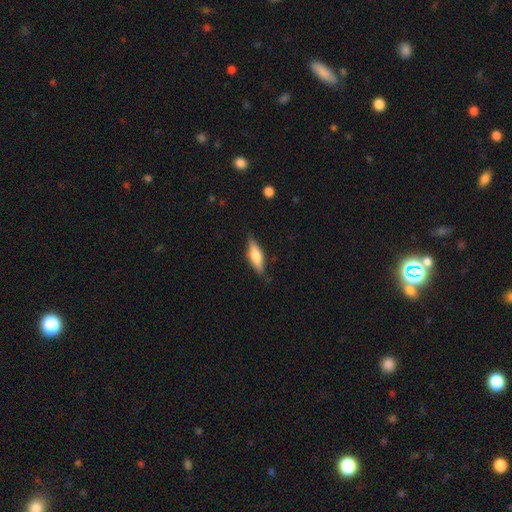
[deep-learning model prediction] Smooth or featured? smooth (59%)
How rounded? cigar-shaped (53%)
Merging? none (83%)